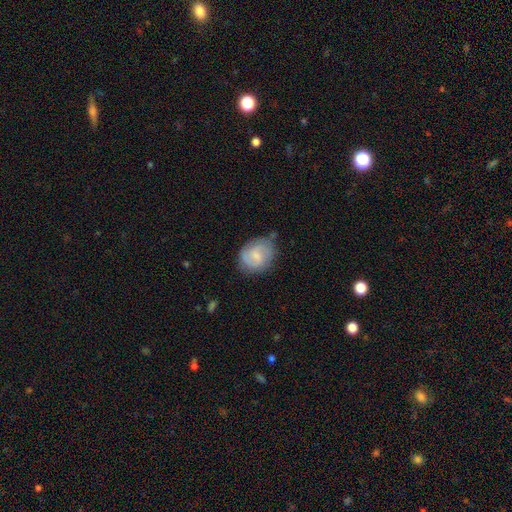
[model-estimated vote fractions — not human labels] smooth-or-featured: featured or disk: 63% | smooth: 31% | star or artifact: 6%
  disk-edge-on: no: 98% | yes: 2%
    bar: weak: 55% | no: 36% | strong: 9%
    has-spiral-arms: yes: 92% | no: 8%
      spiral-winding: medium: 48% | tight: 35% | loose: 17%
      spiral-arm-count: 2: 76% | can't tell: 12% | 3: 6% | 1: 3% | 4: 1% | more than 4: 1%
    bulge-size: small: 58% | moderate: 27% | none: 13% | large: 2% | dominant: 1%
  merging: none: 71% | minor disturbance: 20% | major disturbance: 6% | merger: 2%